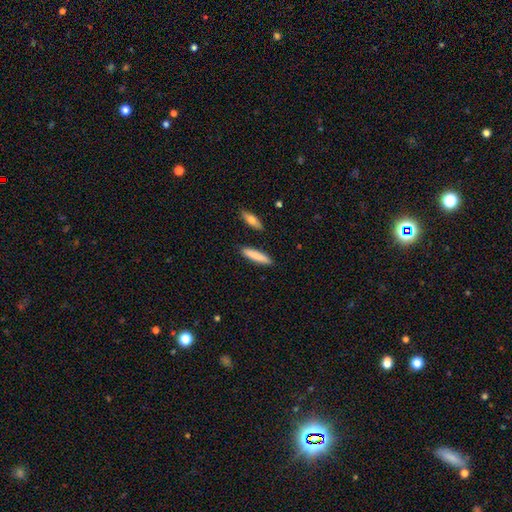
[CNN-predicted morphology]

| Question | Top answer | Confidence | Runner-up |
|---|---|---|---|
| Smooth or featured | smooth | 83% | featured or disk (11%) |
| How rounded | cigar-shaped | 85% | in between (14%) |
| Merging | none | 89% | minor disturbance (7%) |